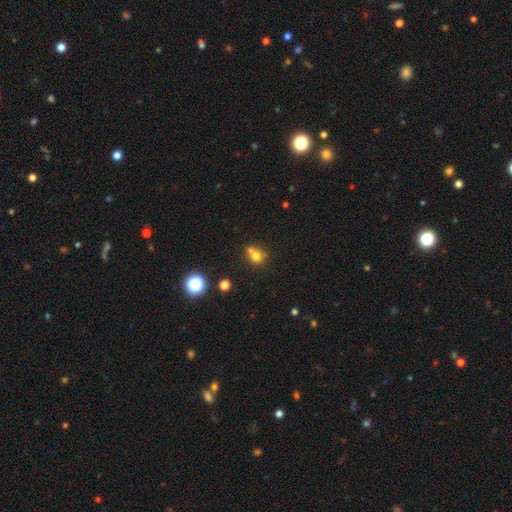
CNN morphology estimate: smooth 72%, star or artifact 15%, featured or disk 13%. Down the decision tree: how rounded — round (80%); merging — none (46%).